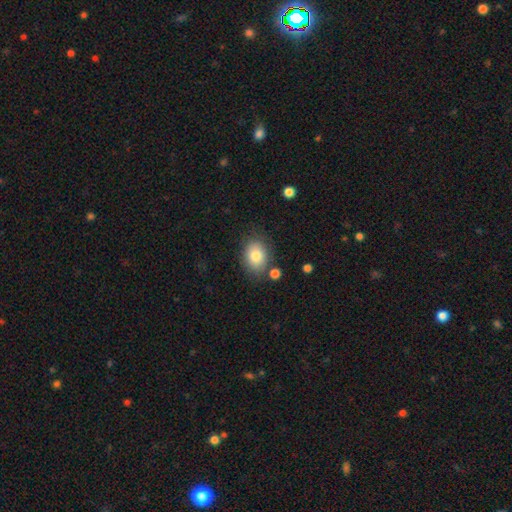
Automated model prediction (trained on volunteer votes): Smooth or featured: smooth — 81% (featured or disk — 10%)
How rounded: in between — 68% (round — 31%)
Merging: none — 75% (minor disturbance — 15%)